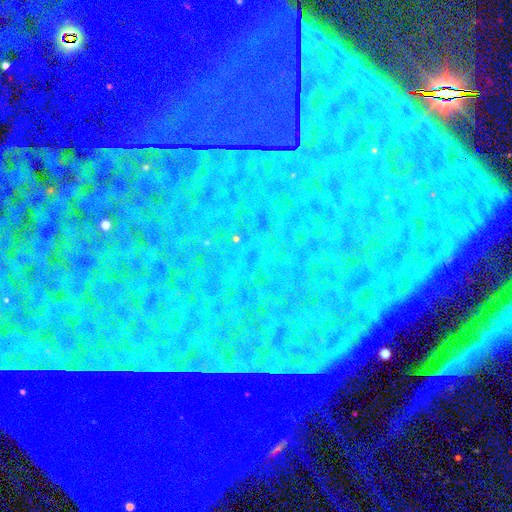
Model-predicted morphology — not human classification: Smooth or featured?
  - star or artifact: 86% *
  - featured or disk: 8%
  - smooth: 6%